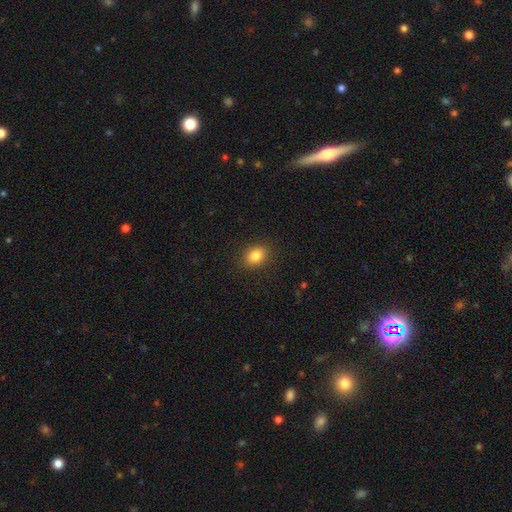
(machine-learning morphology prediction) The model was most divided on "how rounded": in between: 56%, round: 43%, cigar-shaped: 1%. More confident: merging — none (88%); smooth or featured — smooth (84%).